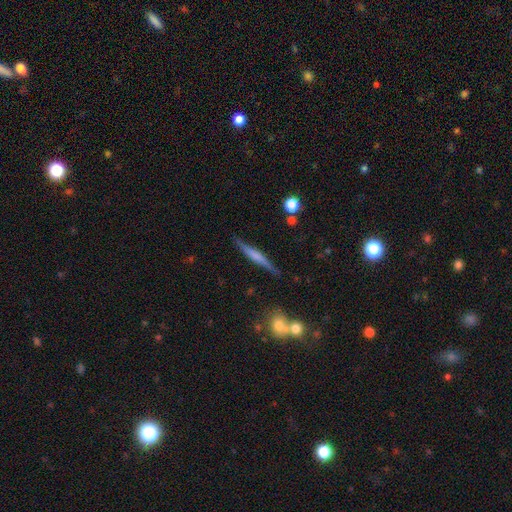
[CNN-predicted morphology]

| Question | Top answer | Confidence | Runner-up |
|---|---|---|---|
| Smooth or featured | featured or disk | 57% | smooth (37%) |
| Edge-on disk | yes | 95% | no (5%) |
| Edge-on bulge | rounded | 38% | none (36%) |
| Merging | none | 84% | minor disturbance (11%) |